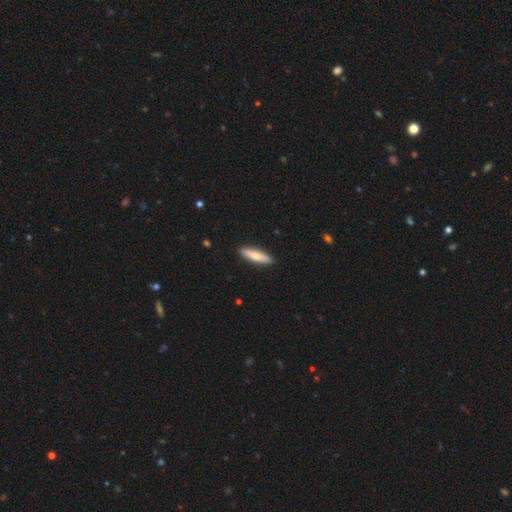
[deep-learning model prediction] A smooth galaxy with no disk features (71%) that is cigar-shaped (74%). Merging: none (90%).